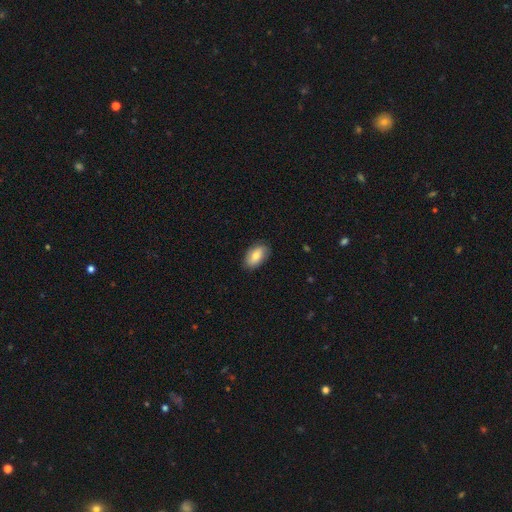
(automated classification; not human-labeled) Overall: smooth (78%). How rounded: in between (92%). Merging: none (83%).